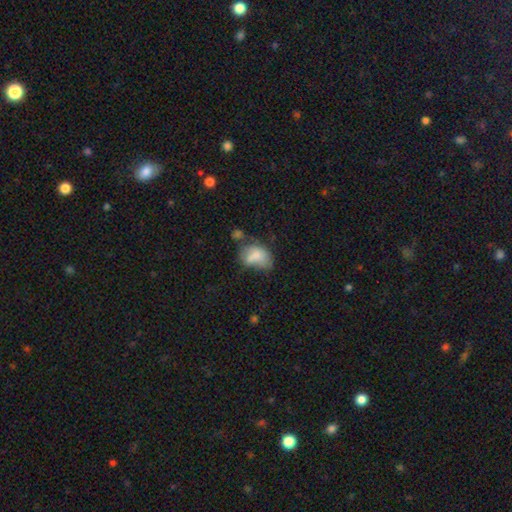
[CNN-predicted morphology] Smooth or featured: smooth — 70% (featured or disk — 20%)
How rounded: in between — 80% (round — 19%)
Merging: minor disturbance — 28% (none — 26%)